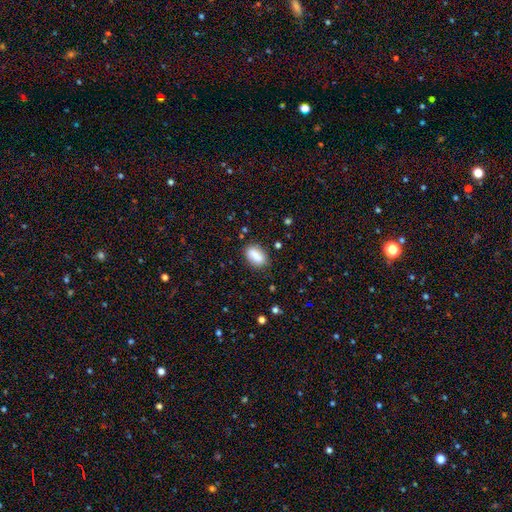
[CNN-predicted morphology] A smooth galaxy with no disk features (84%) that is in between round and cigar-shaped (87%). Merging: none (78%).